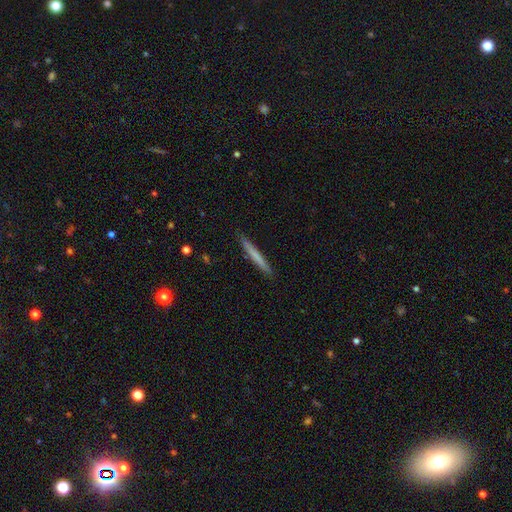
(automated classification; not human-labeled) Overall: smooth (68%). How rounded: cigar-shaped (97%). Merging: none (91%).